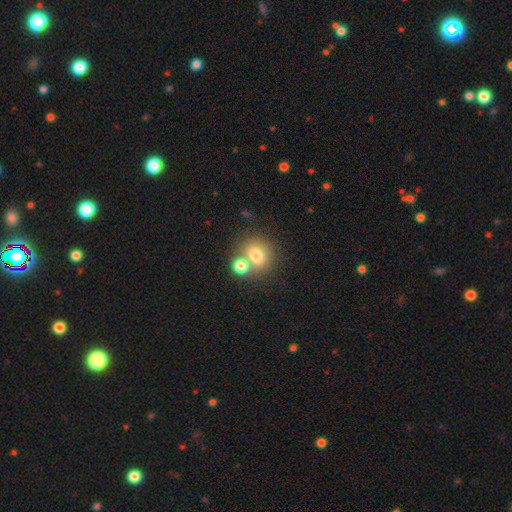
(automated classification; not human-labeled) Morphology: type=smooth (74%); roundness=round (72%); merging=none (51%).